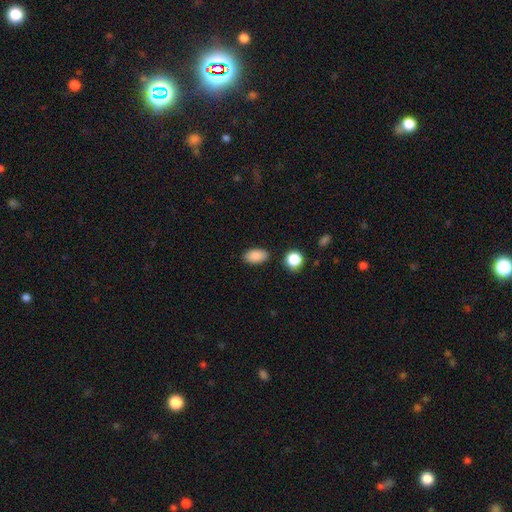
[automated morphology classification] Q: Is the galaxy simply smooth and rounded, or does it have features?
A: smooth — 88%.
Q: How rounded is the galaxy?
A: in between — 91%.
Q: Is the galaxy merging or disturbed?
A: none — 86%.